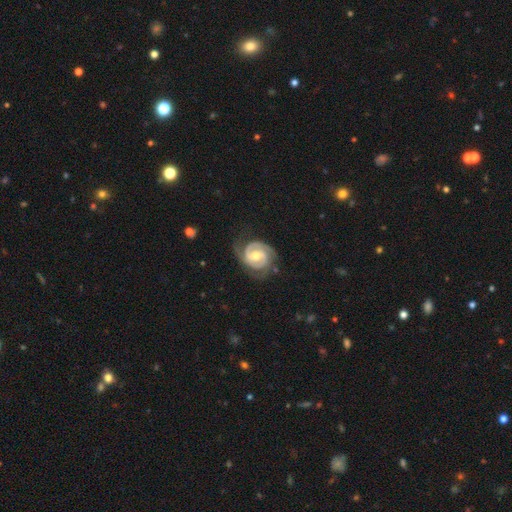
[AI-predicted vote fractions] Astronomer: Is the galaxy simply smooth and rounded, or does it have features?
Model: featured or disk — 89%.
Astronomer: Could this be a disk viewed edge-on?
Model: no — 98%.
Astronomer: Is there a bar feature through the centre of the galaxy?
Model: weak — 44% (runner-up: no, 38%).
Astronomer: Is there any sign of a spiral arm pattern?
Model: yes — 97%.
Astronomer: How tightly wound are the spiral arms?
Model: tight — 62%.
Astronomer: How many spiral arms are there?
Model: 2 — 78%.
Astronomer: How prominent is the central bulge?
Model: moderate — 72%.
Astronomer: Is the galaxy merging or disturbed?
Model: none — 69%.